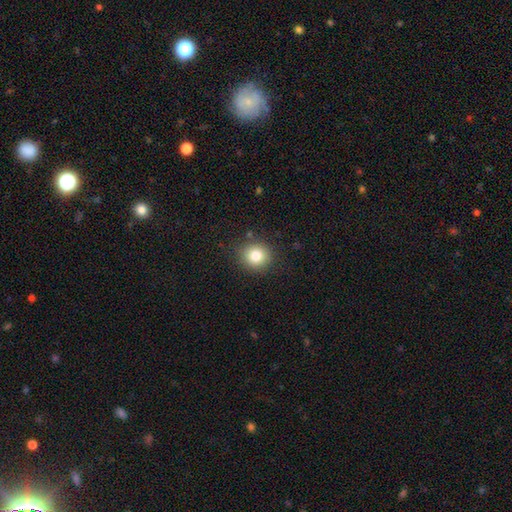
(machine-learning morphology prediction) smooth-or-featured: smooth: 81% | star or artifact: 11% | featured or disk: 8%
  how-rounded: round: 86% | in between: 13% | cigar-shaped: 1%
  merging: none: 87% | minor disturbance: 9% | major disturbance: 3% | merger: 2%